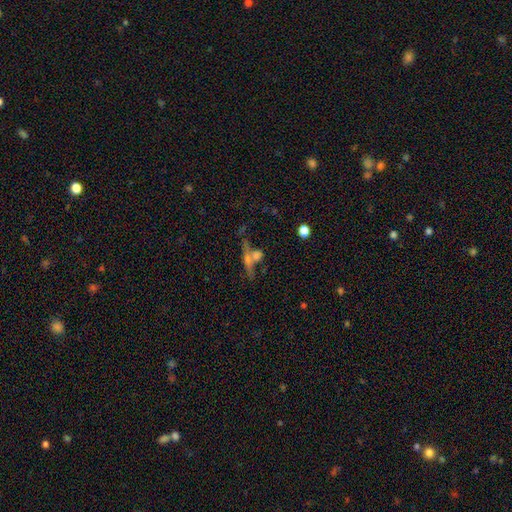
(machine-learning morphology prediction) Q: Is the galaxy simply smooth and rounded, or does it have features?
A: smooth — 45%.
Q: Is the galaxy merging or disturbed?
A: none — 42%.